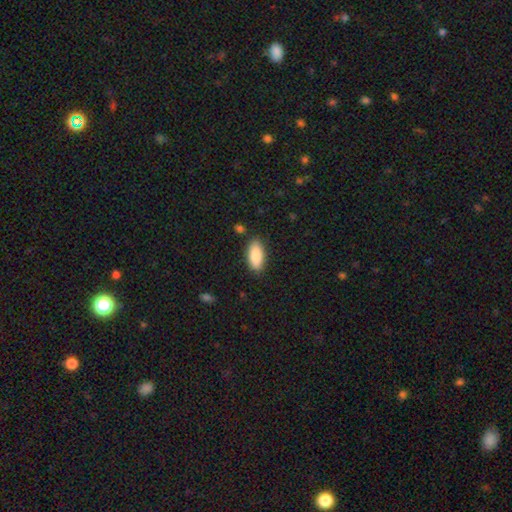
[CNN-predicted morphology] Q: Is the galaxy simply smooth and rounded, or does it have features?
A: smooth — 86%.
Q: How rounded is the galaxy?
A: in between — 87%.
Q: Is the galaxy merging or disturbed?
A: none — 86%.